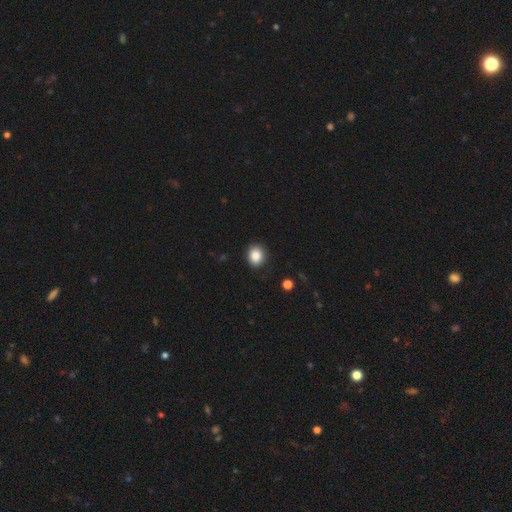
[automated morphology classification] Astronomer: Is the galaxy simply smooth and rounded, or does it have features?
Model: smooth — 87%.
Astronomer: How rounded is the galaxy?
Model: round — 56% (runner-up: in between, 43%).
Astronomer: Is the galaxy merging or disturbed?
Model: none — 88%.